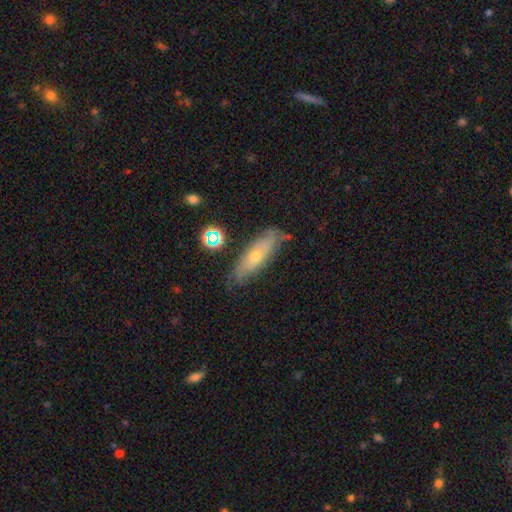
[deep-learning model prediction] Morphology: type=featured or disk (47%); merging=none (70%).